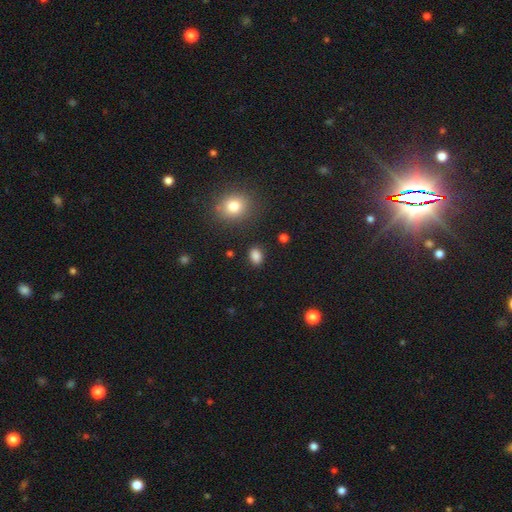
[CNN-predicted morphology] smooth_or_featured: smooth (p=0.85) [alt: star or artifact p=0.12]
how_rounded: in between (p=0.71) [alt: round p=0.28]
merging: none (p=0.85) [alt: minor disturbance p=0.09]